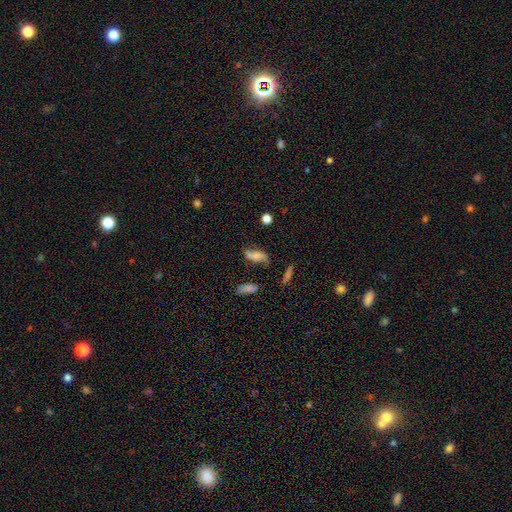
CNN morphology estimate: type=featured or disk (44%, tied with smooth); merging=none (55%).